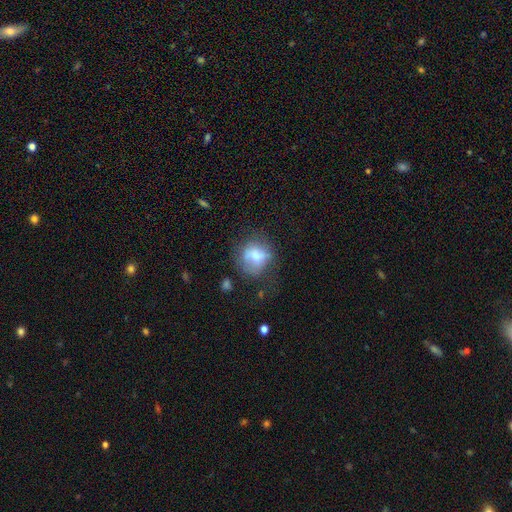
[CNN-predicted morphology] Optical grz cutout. It shows a smooth galaxy with no disk features (64%) that is round (68%). Merging: none (43%).